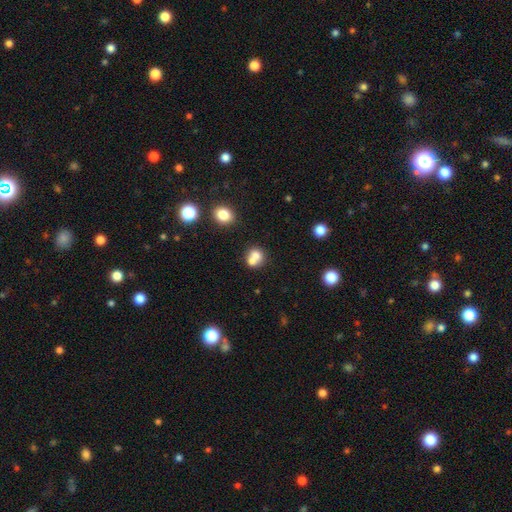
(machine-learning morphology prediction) Q: Smooth or featured?
A: smooth (70%); runner-up: featured or disk (17%)
Q: How rounded?
A: round (78%); runner-up: in between (21%)
Q: Merging?
A: merger (54%); runner-up: none (36%)